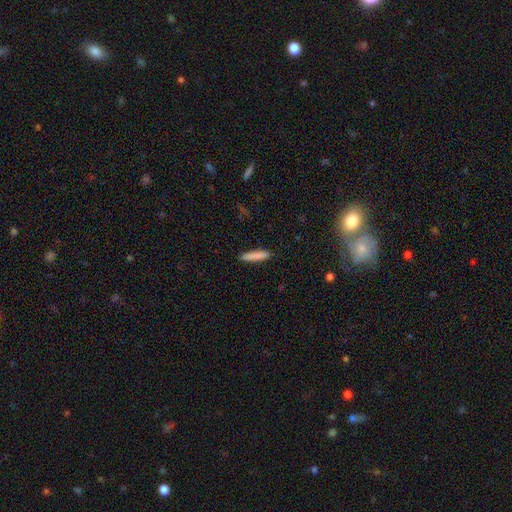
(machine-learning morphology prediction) smooth 85%, featured or disk 8%, star or artifact 6%. Down the decision tree: how rounded — cigar-shaped (87%); merging — none (88%).